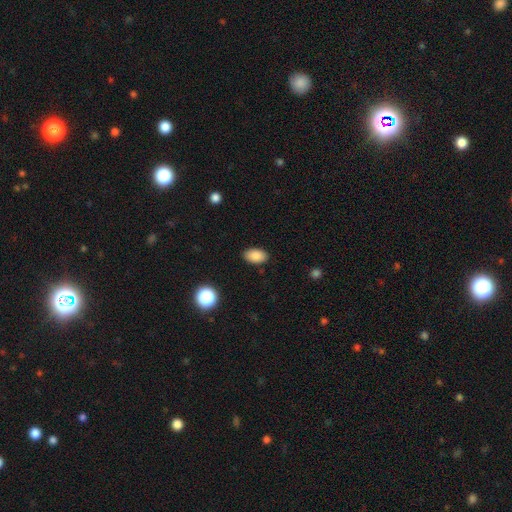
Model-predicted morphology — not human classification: This is clearly a smooth galaxy (87%). How rounded: clearly in between (92%). Merging: clearly none (88%).